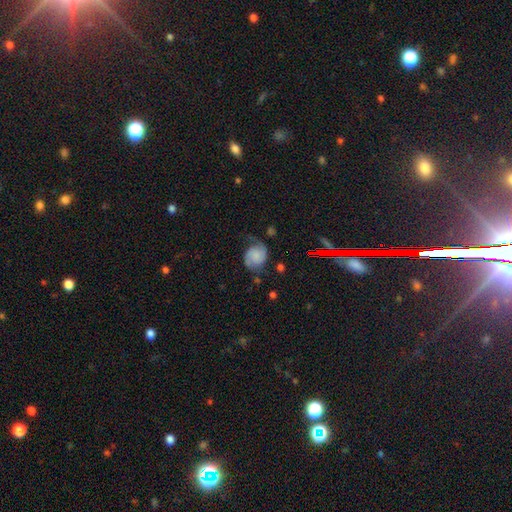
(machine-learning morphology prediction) smooth-or-featured: featured or disk: 62% | smooth: 29% | star or artifact: 9%
  disk-edge-on: no: 98% | yes: 2%
    bar: no: 69% | weak: 26% | strong: 5%
    has-spiral-arms: yes: 94% | no: 6%
      spiral-winding: medium: 43% | tight: 28% | loose: 28%
      spiral-arm-count: 2: 82% | 1: 8% | can't tell: 6% | 3: 2% | 4: 1% | more than 4: 1%
    bulge-size: none: 42% | small: 33% | moderate: 15% | large: 6% | dominant: 4%
  merging: none: 56% | minor disturbance: 26% | major disturbance: 16% | merger: 2%